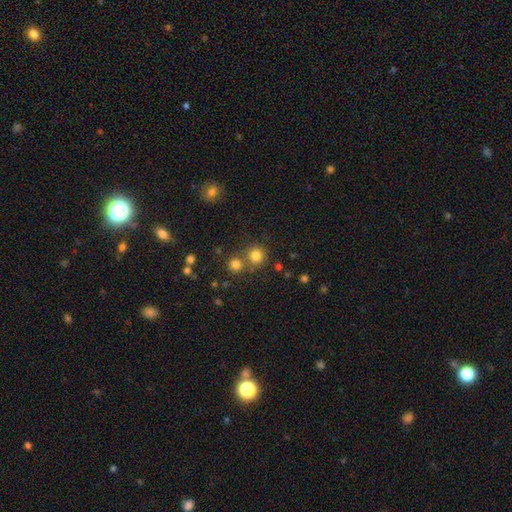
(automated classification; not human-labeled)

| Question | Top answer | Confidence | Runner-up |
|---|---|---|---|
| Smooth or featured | smooth | 80% | star or artifact (15%) |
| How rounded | round | 92% | in between (7%) |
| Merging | none | 68% | merger (22%) |